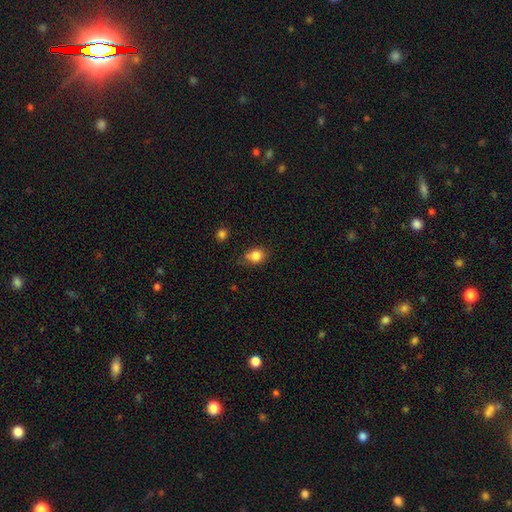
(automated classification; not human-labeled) Morphology: type=smooth (82%); roundness=round (51%); merging=none (58%).